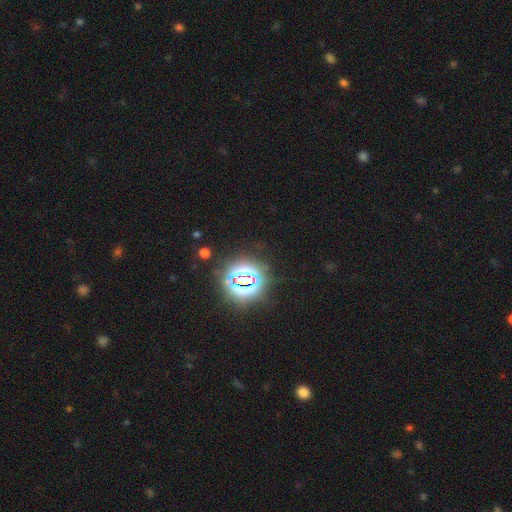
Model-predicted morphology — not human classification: smooth_or_featured: star or artifact (p=0.83) [alt: smooth p=0.11]